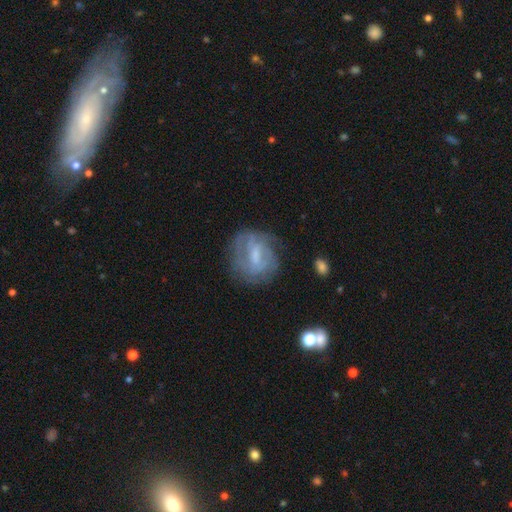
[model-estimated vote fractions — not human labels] Smooth or featured: featured or disk — 63% (smooth — 28%)
Edge-on disk: no — 96% (yes — 4%)
Bar: weak — 53% (no — 23%)
Spiral arms: yes — 67% (no — 33%)
Bulge size: small — 40% (moderate — 34%)
Merging: none — 65% (minor disturbance — 20%)